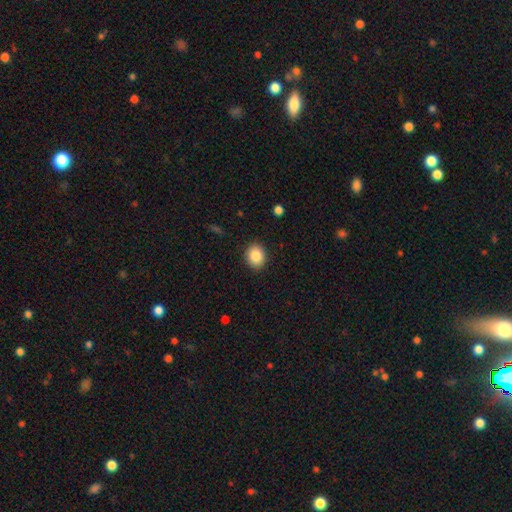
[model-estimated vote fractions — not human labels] smooth_or_featured: smooth (p=0.86) [alt: star or artifact p=0.09]
how_rounded: round (p=0.58) [alt: in between p=0.41]
merging: none (p=0.90) [alt: minor disturbance p=0.07]